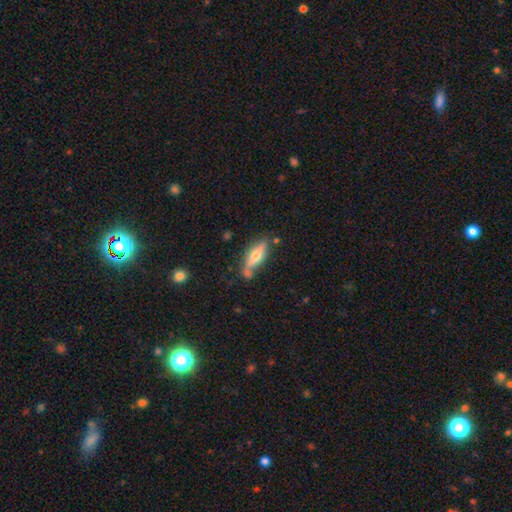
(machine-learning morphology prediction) Smooth or featured: featured or disk — 52% (smooth — 41%)
Edge-on disk: yes — 84% (no — 16%)
Merging: none — 63% (minor disturbance — 20%)